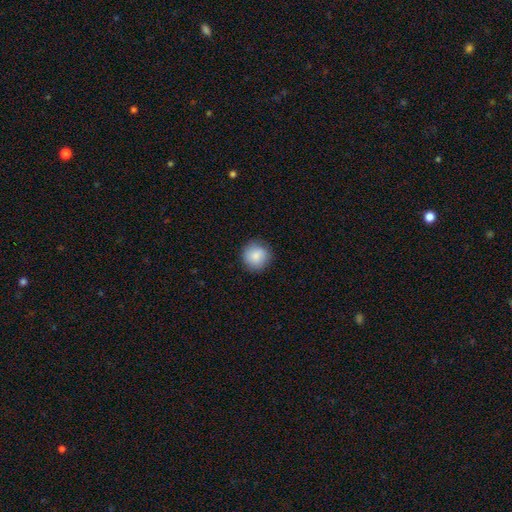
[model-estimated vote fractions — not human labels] Overall: smooth (86%). How rounded: round (93%). Merging: none (87%).